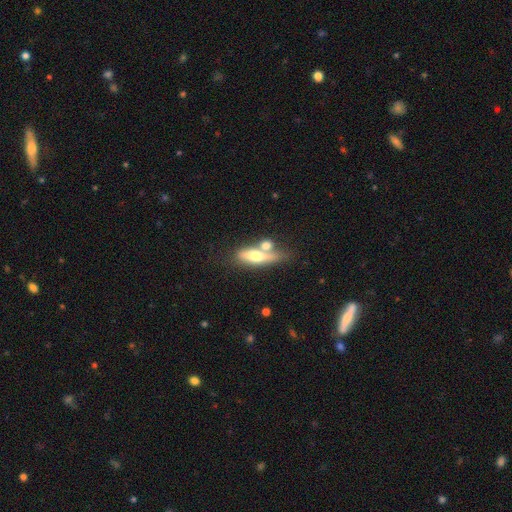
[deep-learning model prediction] A smooth galaxy with no disk features (57%) that is in between round and cigar-shaped (49%).

Vote fractions:
- Smooth or featured? smooth: 57% / featured or disk: 36% / star or artifact: 7%
- How rounded? in between: 49% / cigar-shaped: 45% / round: 6%
- Merging? merger: 41% / none: 37% / minor disturbance: 14% / major disturbance: 9%